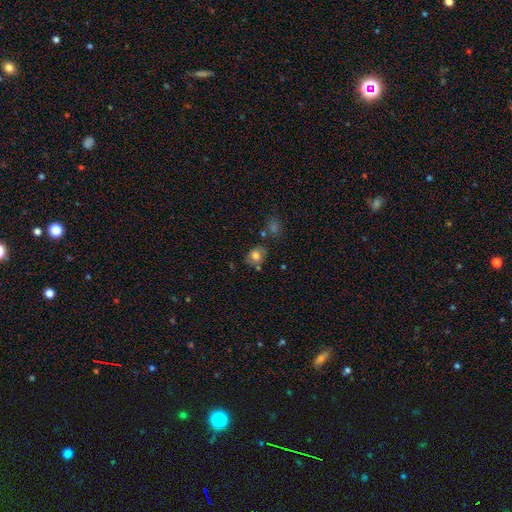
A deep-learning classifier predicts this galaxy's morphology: This appears to be a smooth galaxy with no disk features (76%) that is round (54%). Merging: none (68%).